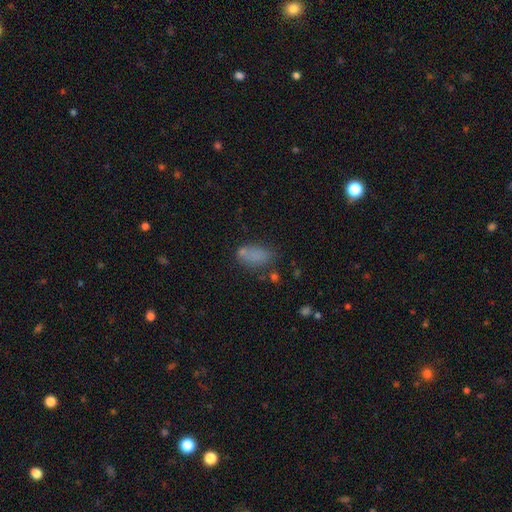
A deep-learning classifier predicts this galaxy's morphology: The model was most divided on "merging": none: 52%, minor disturbance: 23%, merger: 13%, major disturbance: 12%. More confident: how rounded — in between (88%); smooth or featured — smooth (75%).